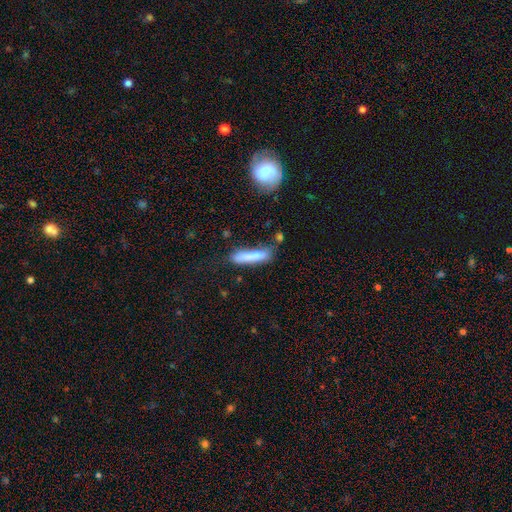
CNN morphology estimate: Smooth or featured?
  - smooth: 77% *
  - featured or disk: 16%
  - star or artifact: 7%
How rounded?
  - cigar-shaped: 88% *
  - in between: 11%
  - round: 2%
Merging?
  - none: 64% *
  - minor disturbance: 22%
  - merger: 7%
  - major disturbance: 7%